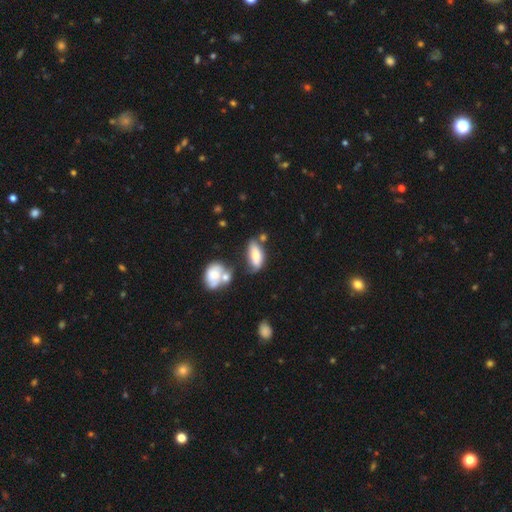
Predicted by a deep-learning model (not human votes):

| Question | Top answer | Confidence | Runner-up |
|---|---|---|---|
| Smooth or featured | smooth | 68% | featured or disk (24%) |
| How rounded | in between | 80% | cigar-shaped (17%) |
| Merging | none | 52% | minor disturbance (23%) |